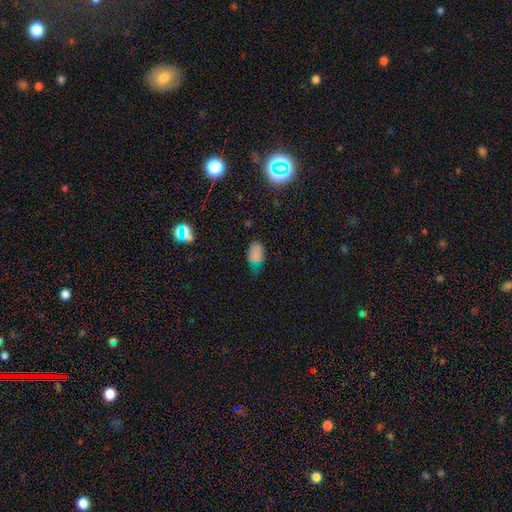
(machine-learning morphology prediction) Smooth or featured?
  - smooth: 76% *
  - star or artifact: 14%
  - featured or disk: 9%
How rounded?
  - in between: 91% *
  - round: 7%
  - cigar-shaped: 2%
Merging?
  - none: 43% *
  - minor disturbance: 40%
  - major disturbance: 15%
  - merger: 3%